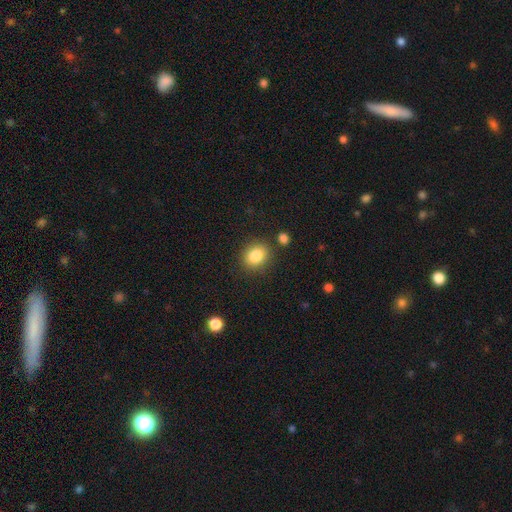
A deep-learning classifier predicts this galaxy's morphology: Overall: smooth (84%). How rounded: round (57%; in between 42%). Merging: none (82%).